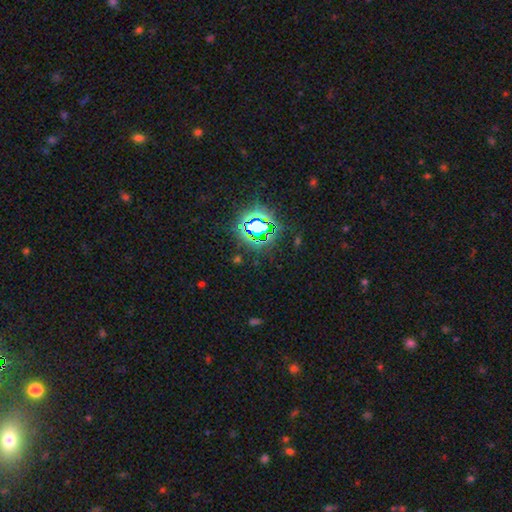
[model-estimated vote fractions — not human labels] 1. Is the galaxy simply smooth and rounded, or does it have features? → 79% star or artifact, 13% smooth, 8% featured or disk.